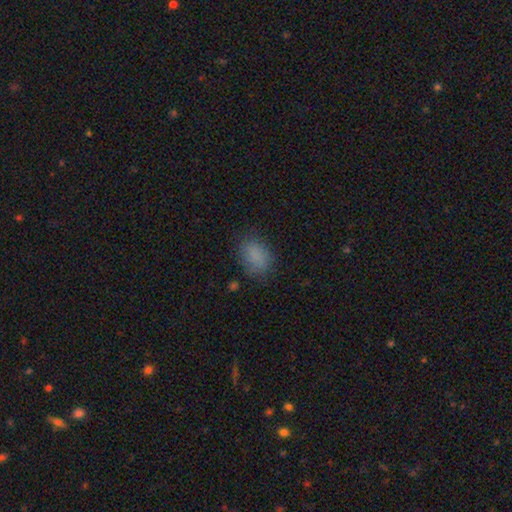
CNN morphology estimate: Overall: smooth (84%). How rounded: in between (75%). Merging: none (76%).